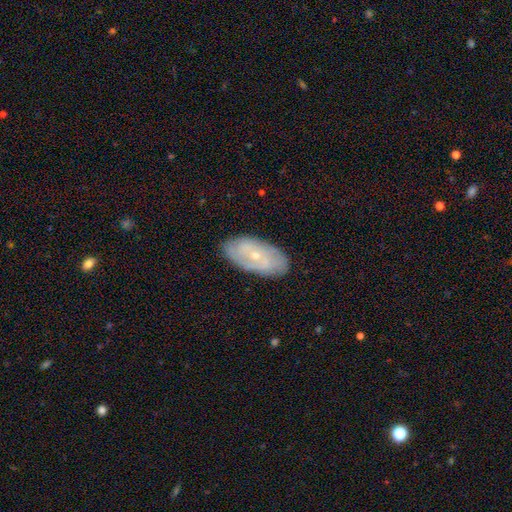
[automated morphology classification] A featured or disk galaxy (62%) with no bar (69%), spiral arms (75%) and a small central bulge (75%). Merging: none (82%).